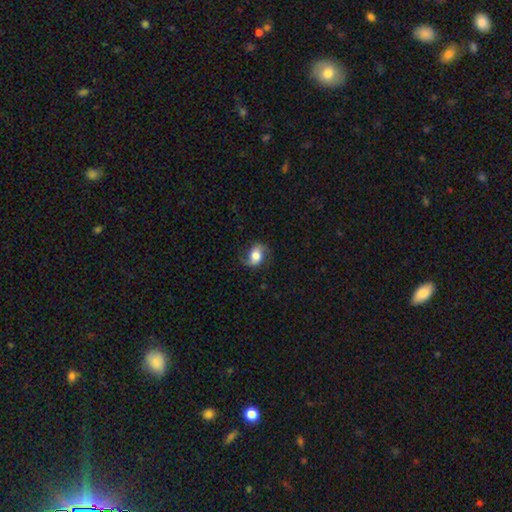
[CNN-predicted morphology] A featured or disk galaxy (52%).

Vote fractions:
- Smooth or featured? featured or disk: 52% / smooth: 39% / star or artifact: 9%
- Edge-on disk? no: 95% / yes: 5%
- Merging? none: 75% / minor disturbance: 17% / major disturbance: 7% / merger: 1%